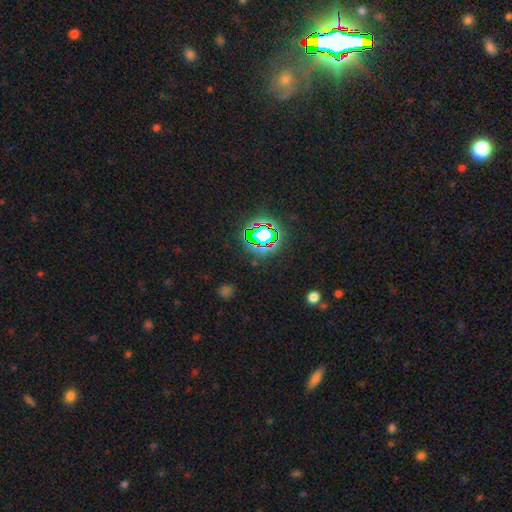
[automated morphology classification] This is likely a star or artifact rather than a galaxy (78%).